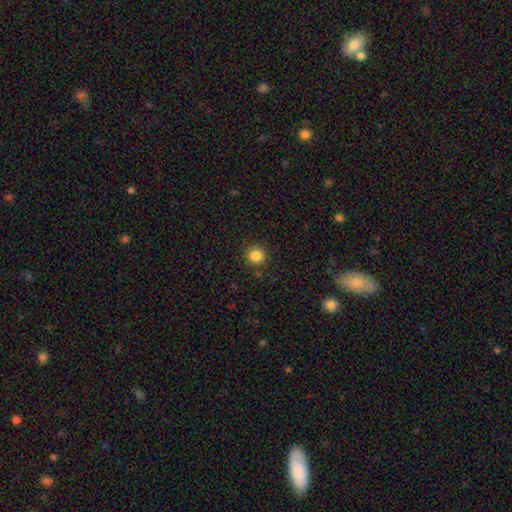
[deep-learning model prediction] smooth-or-featured: smooth: 85% | star or artifact: 11% | featured or disk: 4%
  how-rounded: round: 92% | in between: 7% | cigar-shaped: 1%
  merging: none: 90% | minor disturbance: 6% | major disturbance: 2% | merger: 1%